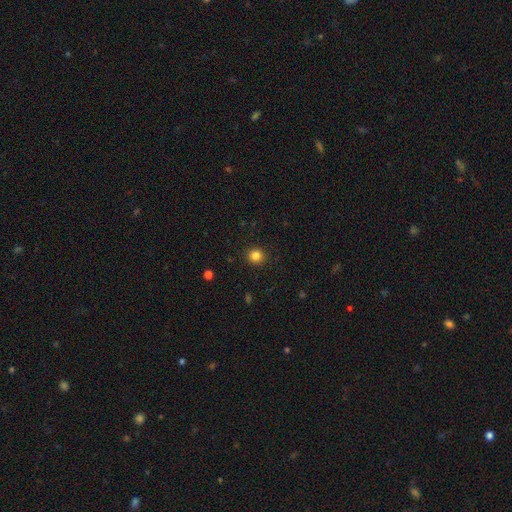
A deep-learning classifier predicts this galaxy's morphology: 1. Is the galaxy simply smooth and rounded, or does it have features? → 83% smooth, 13% star or artifact, 4% featured or disk.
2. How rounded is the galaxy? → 93% round, 6% in between, 1% cigar-shaped.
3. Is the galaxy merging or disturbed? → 92% none, 5% minor disturbance, 2% major disturbance, 1% merger.